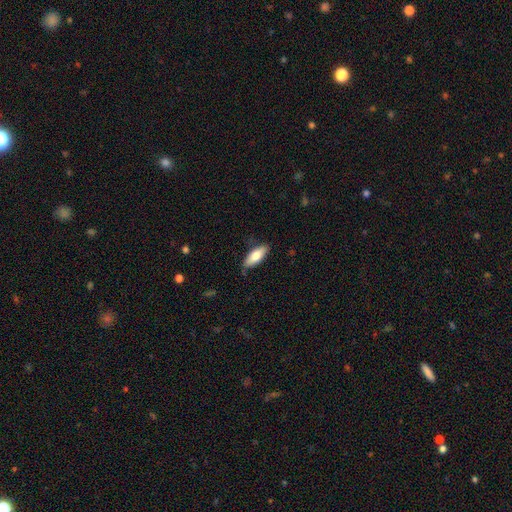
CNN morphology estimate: Overall: smooth (77%). How rounded: in between (74%). Merging: none (79%).